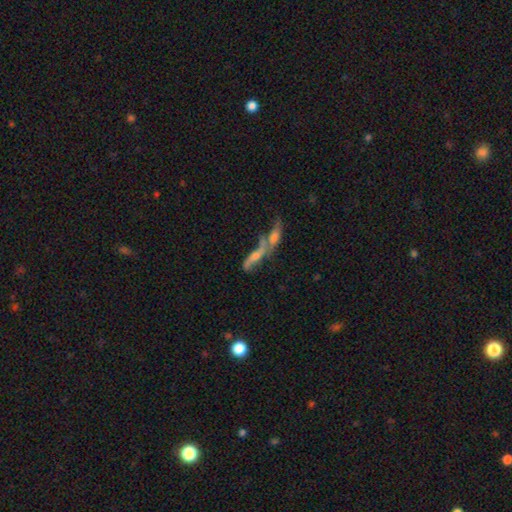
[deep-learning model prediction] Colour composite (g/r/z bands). It shows a featured or disk galaxy (58%). Merging: merger (58%).